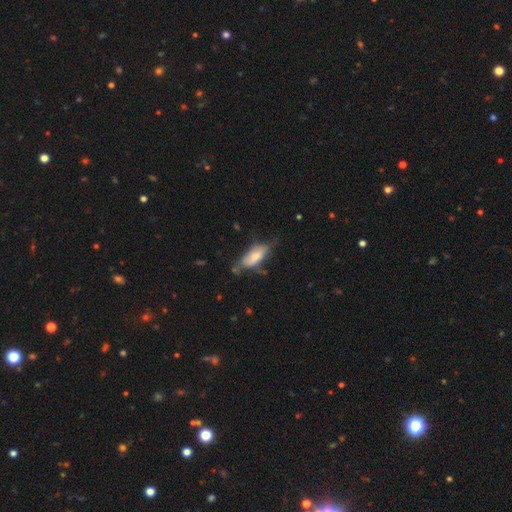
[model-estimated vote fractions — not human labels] smooth_or_featured: smooth (p=0.63) [alt: featured or disk p=0.29]
how_rounded: in between (p=0.76) [alt: cigar-shaped p=0.22]
merging: none (p=0.46) [alt: minor disturbance p=0.34]